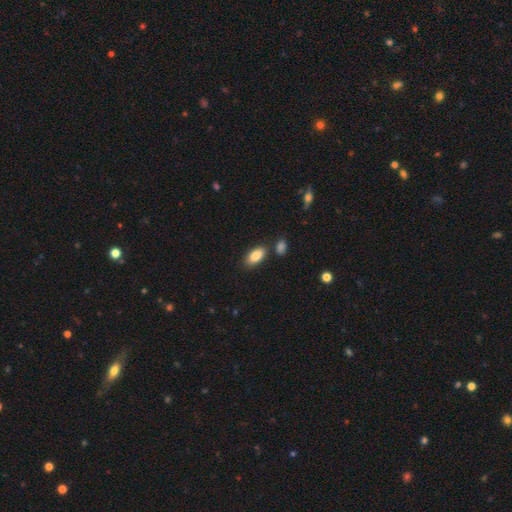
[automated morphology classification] Smooth or featured? Predicted: smooth (p=0.87). How rounded? Predicted: in between (p=0.91). Merging? Predicted: none (p=0.79).